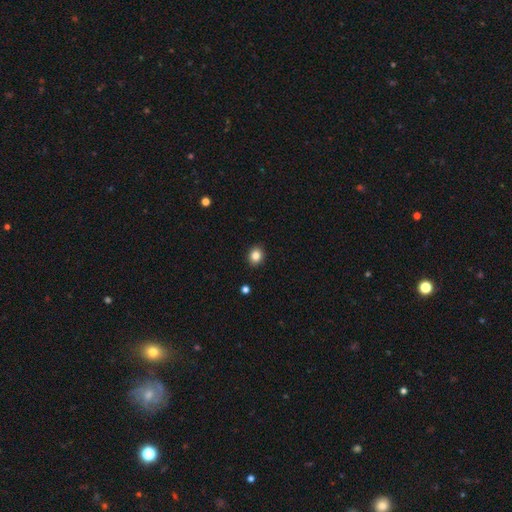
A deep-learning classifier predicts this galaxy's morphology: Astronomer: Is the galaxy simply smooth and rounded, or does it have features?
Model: smooth — 85%.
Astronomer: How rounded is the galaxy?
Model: round — 63%.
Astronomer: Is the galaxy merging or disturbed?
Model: none — 91%.